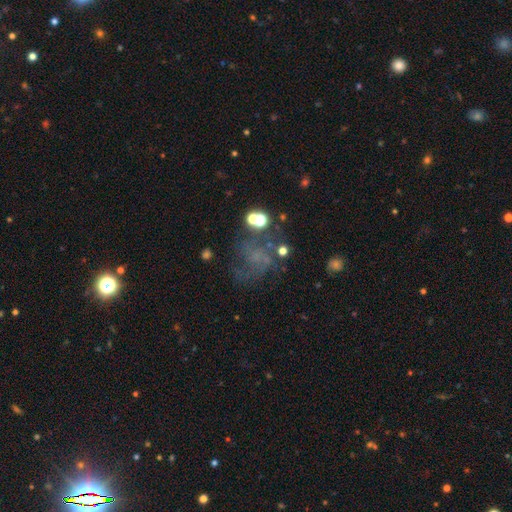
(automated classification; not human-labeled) Smooth or featured: featured or disk — 44% (star or artifact — 31%)
Merging: none — 46% (major disturbance — 29%)